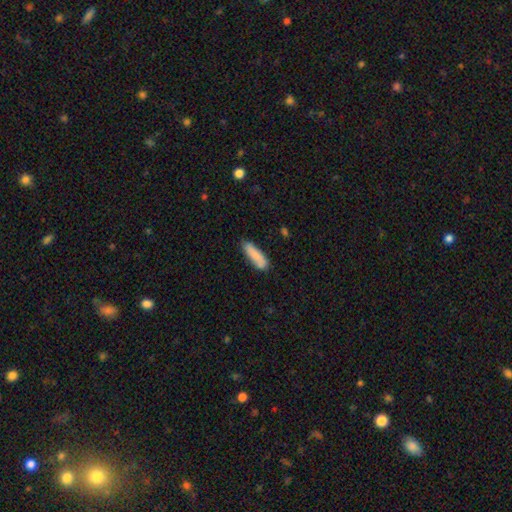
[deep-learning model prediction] Smooth or featured? Predicted: smooth (p=0.82). How rounded? Predicted: cigar-shaped (p=0.59). Merging? Predicted: none (p=0.74).